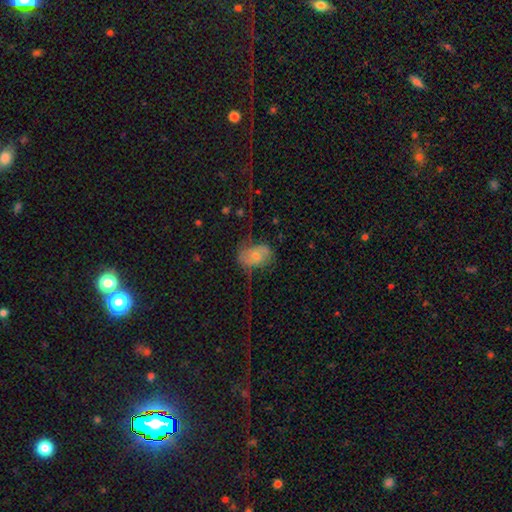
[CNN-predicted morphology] featured or disk 45%, smooth 42%, star or artifact 13%. Down the decision tree: merging — none (51%).